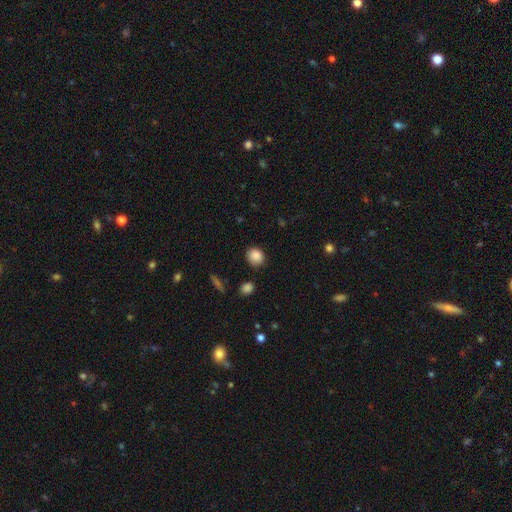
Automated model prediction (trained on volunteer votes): Smooth or featured? Predicted: smooth (p=0.87). How rounded? Predicted: round (p=0.68). Merging? Predicted: none (p=0.80).